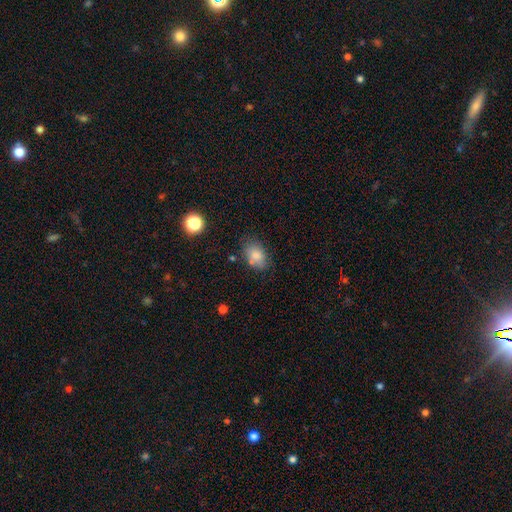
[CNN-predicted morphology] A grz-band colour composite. It shows a smooth galaxy with no disk features (81%) that is in between round and cigar-shaped (85%). Merging: none (70%).